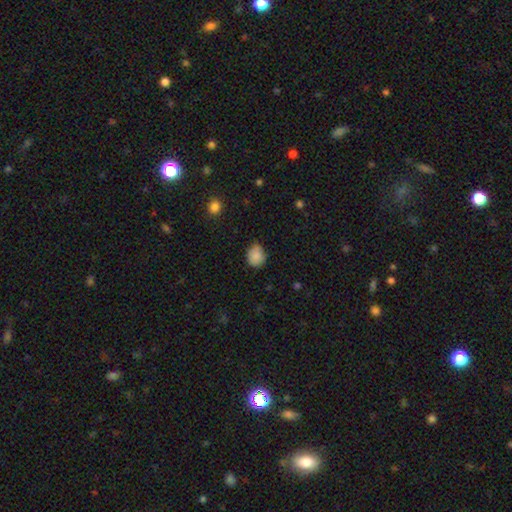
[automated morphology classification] Smooth or featured? Predicted: smooth (p=0.85). How rounded? Predicted: round (p=0.60). Merging? Predicted: none (p=0.61).